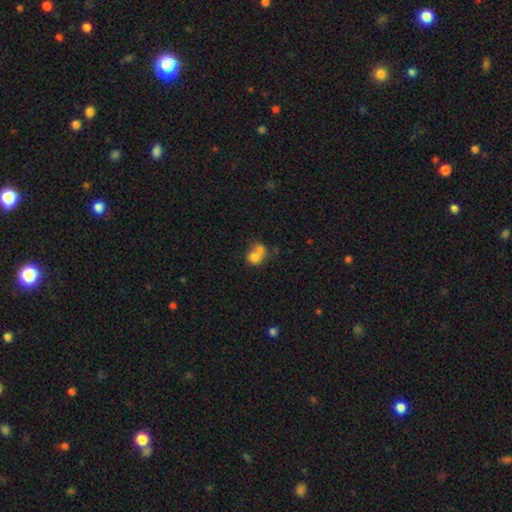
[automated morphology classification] smooth_or_featured: smooth (p=0.73) [alt: featured or disk p=0.17]
how_rounded: round (p=0.64) [alt: in between p=0.35]
merging: merger (p=0.64) [alt: none p=0.23]